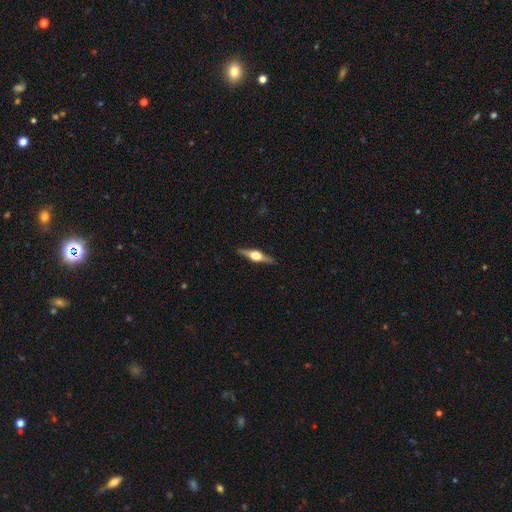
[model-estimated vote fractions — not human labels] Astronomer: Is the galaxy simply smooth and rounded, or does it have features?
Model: featured or disk — 80%.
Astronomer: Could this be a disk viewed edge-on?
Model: yes — 98%.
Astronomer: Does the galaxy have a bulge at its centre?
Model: rounded — 94%.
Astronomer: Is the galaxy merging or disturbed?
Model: none — 90%.